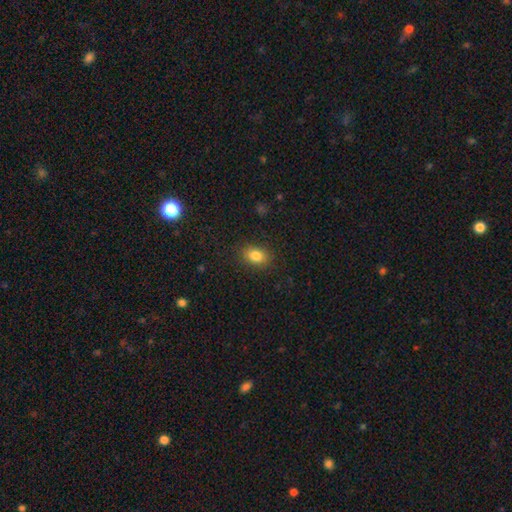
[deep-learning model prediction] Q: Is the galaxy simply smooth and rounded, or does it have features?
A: smooth — 84%.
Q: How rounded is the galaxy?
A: in between — 70%.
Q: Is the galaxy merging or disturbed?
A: none — 86%.